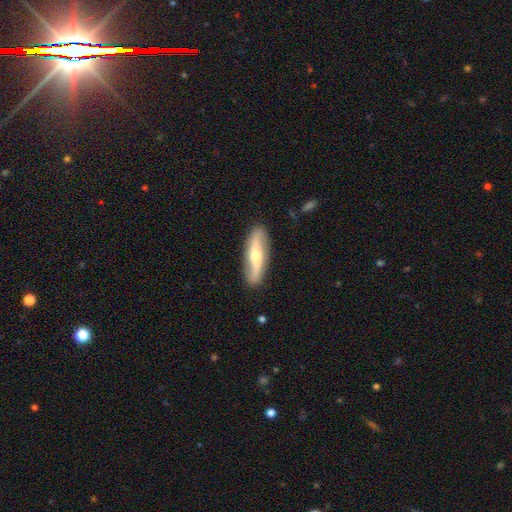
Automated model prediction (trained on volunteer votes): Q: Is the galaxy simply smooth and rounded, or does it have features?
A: featured or disk — 69%.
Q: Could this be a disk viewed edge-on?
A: no — 65%.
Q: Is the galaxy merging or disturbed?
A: none — 87%.